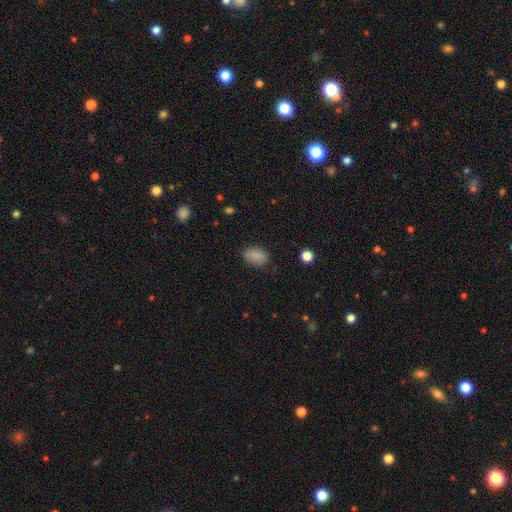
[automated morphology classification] Overall: smooth (86%). How rounded: in between (84%). Merging: none (80%).